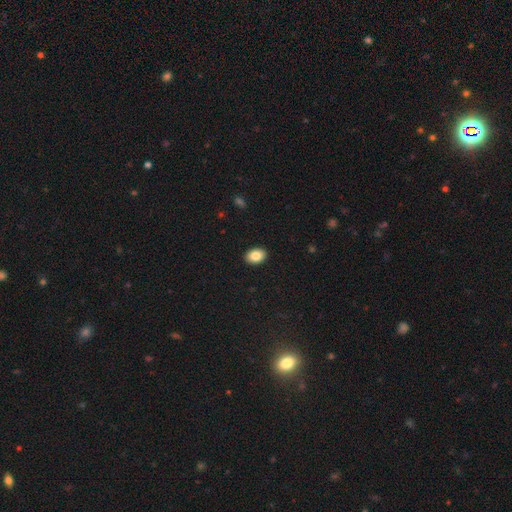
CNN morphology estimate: The model was most divided on "how rounded": in between: 82%, round: 17%, cigar-shaped: 1%. More confident: merging — none (91%); smooth or featured — smooth (85%).